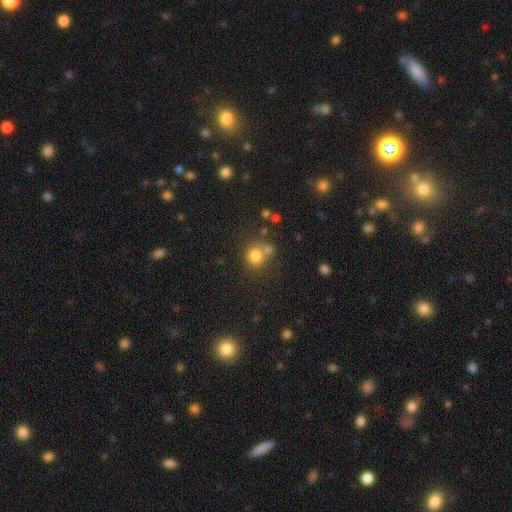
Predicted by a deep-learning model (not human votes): Smooth or featured? smooth (78%)
How rounded? round (86%)
Merging? none (56%)